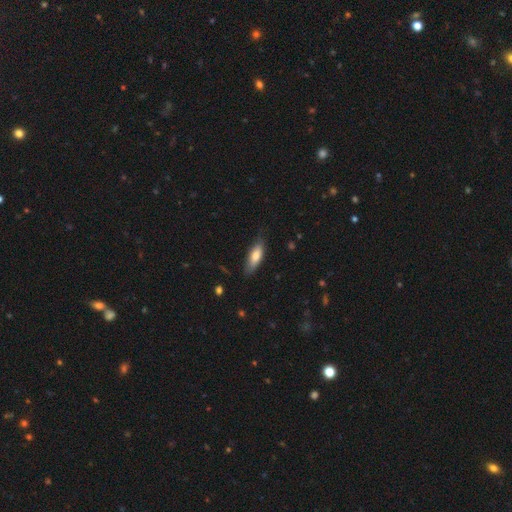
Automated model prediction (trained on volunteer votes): smooth-or-featured: smooth: 73% | featured or disk: 21% | star or artifact: 6%
  how-rounded: in between: 58% | cigar-shaped: 40% | round: 2%
  merging: none: 78% | minor disturbance: 18% | major disturbance: 3% | merger: 1%